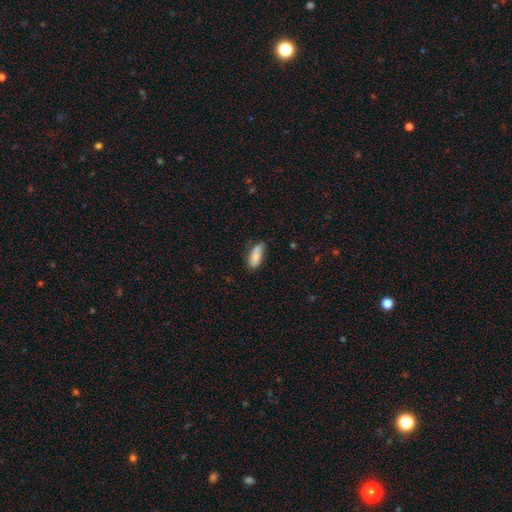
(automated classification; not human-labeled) smooth 80%, featured or disk 13%, star or artifact 6%. Down the decision tree: how rounded — in between (81%); merging — none (64%).